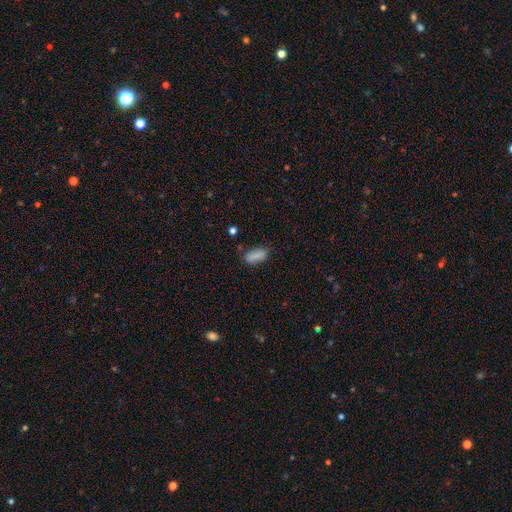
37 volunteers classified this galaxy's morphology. A smooth galaxy with no disk features (92%) that is in between round and cigar-shaped (91%).

Vote fractions:
- Smooth or featured? smooth: 92% / star or artifact: 8% / featured or disk: 0%
- How rounded? in between: 91% / cigar-shaped: 9% / round: 0%
- Merging? none: 79% / minor disturbance: 15% / merger: 6% / major disturbance: 0%